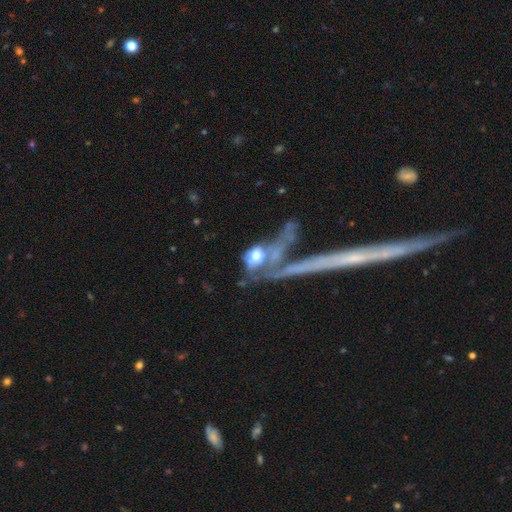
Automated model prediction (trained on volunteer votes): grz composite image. It shows a smooth galaxy with no disk features (45%). Merging: merger (45%).